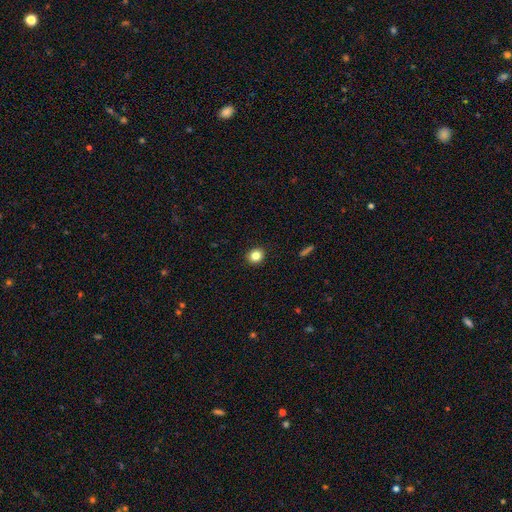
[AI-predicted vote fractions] Overall: smooth (83%). How rounded: round (80%). Merging: none (92%).